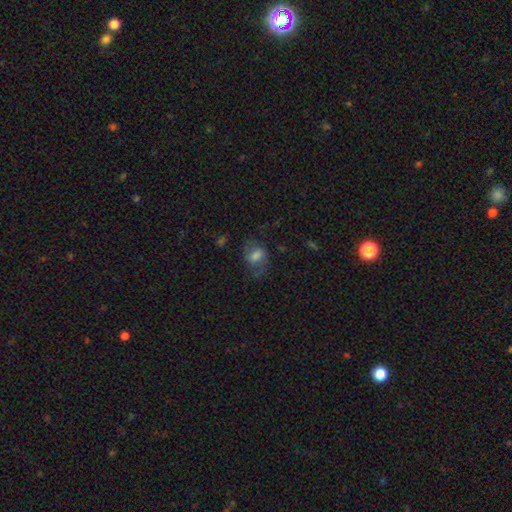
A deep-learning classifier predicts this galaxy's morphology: Smooth or featured: smooth — 57% (featured or disk — 31%)
How rounded: in between — 65% (round — 34%)
Merging: none — 57% (minor disturbance — 23%)